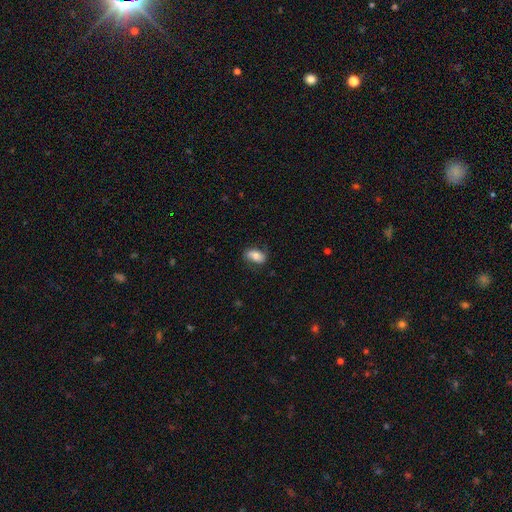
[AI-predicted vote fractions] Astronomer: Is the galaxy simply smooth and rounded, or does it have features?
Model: smooth — 69%.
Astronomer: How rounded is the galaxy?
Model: in between — 90%.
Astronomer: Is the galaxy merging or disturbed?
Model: none — 72%.